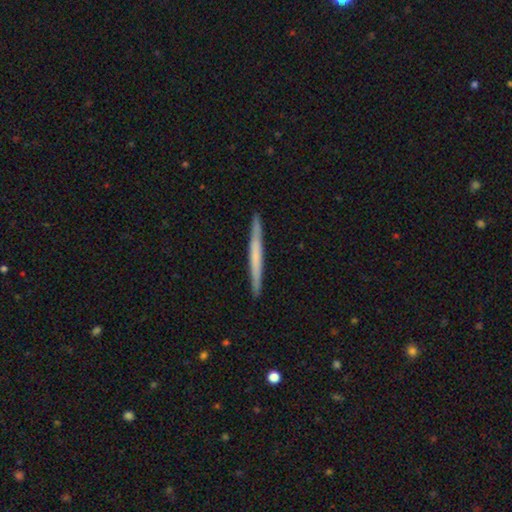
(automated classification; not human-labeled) smooth-or-featured: smooth: 50% | featured or disk: 45% | star or artifact: 5%
  merging: none: 92% | minor disturbance: 6% | major disturbance: 1% | merger: 1%